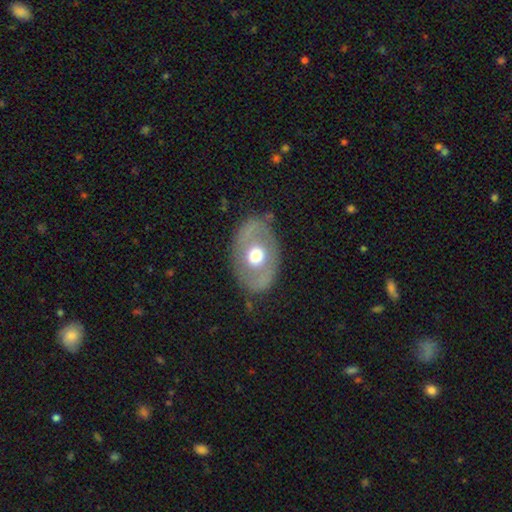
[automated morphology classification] A featured or disk galaxy (52%).

Vote fractions:
- Smooth or featured? featured or disk: 52% / smooth: 42% / star or artifact: 6%
- Edge-on disk? no: 92% / yes: 8%
- Merging? none: 78% / minor disturbance: 14% / major disturbance: 7% / merger: 2%